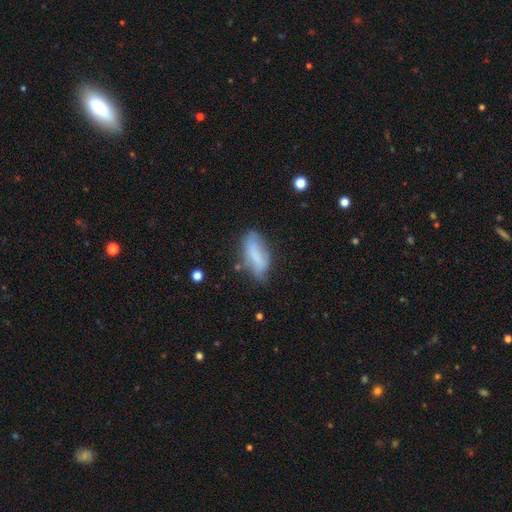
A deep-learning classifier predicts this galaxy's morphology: Q: Smooth or featured?
A: smooth (64%); runner-up: featured or disk (27%)
Q: How rounded?
A: in between (78%); runner-up: cigar-shaped (20%)
Q: Merging?
A: none (51%); runner-up: minor disturbance (33%)